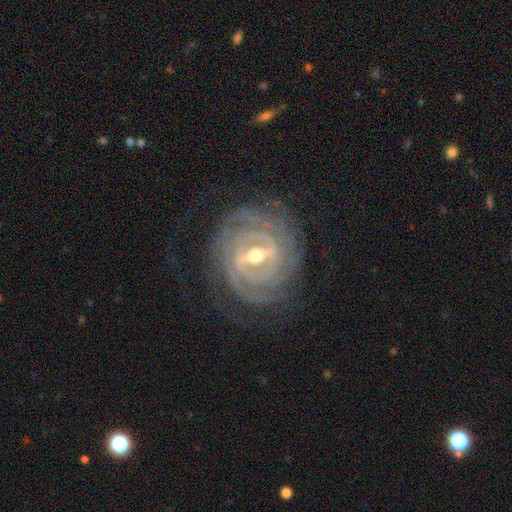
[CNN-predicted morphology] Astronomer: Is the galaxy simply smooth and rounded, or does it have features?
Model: featured or disk — 91%.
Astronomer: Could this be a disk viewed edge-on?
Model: no — 96%.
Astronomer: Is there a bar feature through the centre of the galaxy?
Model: strong — 61%.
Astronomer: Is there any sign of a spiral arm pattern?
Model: yes — 97%.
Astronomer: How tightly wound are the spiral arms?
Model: tight — 84%.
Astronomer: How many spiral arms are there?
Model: can't tell — 23% (runner-up: 3, 21%).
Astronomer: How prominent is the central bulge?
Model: moderate — 61%.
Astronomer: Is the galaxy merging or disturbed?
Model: none — 80%.